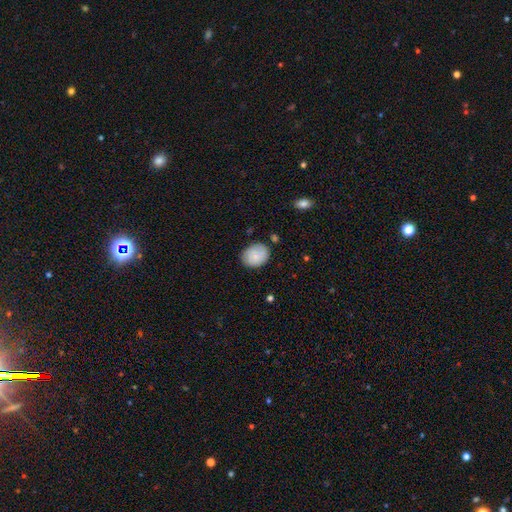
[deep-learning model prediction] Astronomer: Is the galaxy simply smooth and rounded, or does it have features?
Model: smooth — 83%.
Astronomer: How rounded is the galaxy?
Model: in between — 51% (runner-up: round, 48%).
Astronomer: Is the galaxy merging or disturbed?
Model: none — 76%.